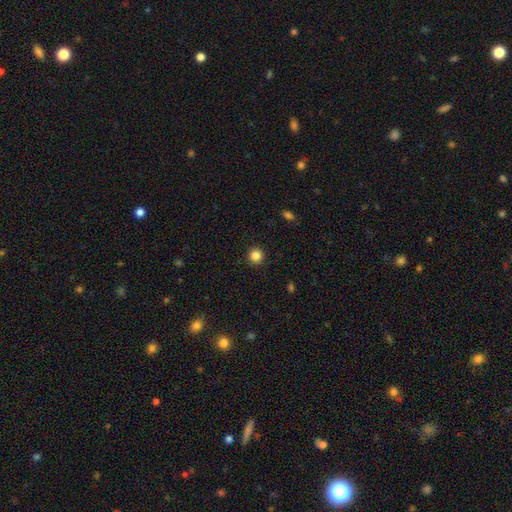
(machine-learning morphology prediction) Overall: smooth (85%). How rounded: round (95%). Merging: none (93%).